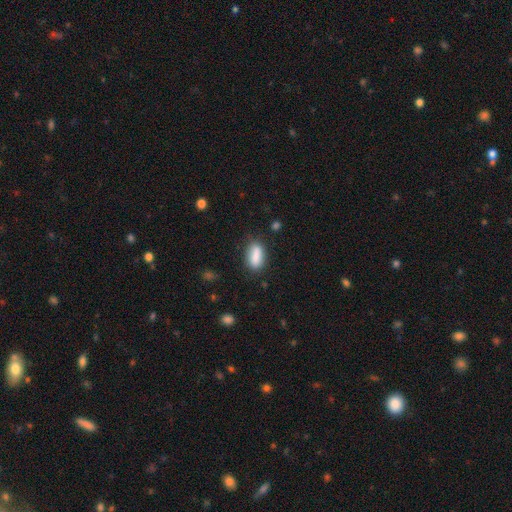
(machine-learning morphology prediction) This is clearly a smooth galaxy (86%). How rounded: likely in between (79%). Merging: likely none (79%).